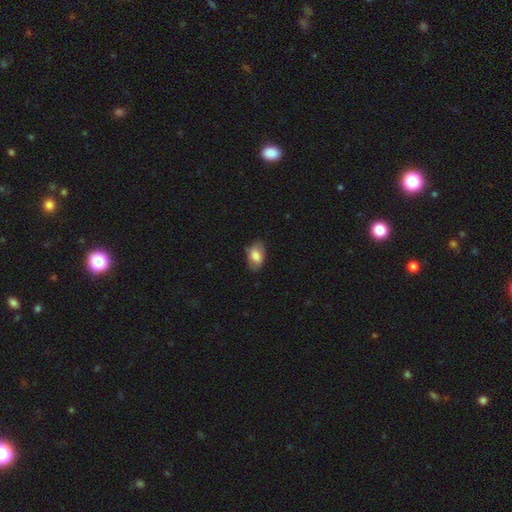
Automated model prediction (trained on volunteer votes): smooth_or_featured: smooth (p=0.79) [alt: featured or disk p=0.14]
how_rounded: in between (p=0.90) [alt: round p=0.08]
merging: none (p=0.76) [alt: minor disturbance p=0.19]